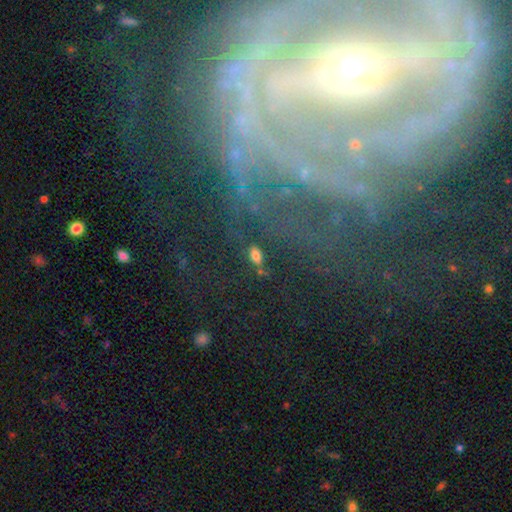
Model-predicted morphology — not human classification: type=smooth (69%); roundness=in between (82%); merging=none (73%).